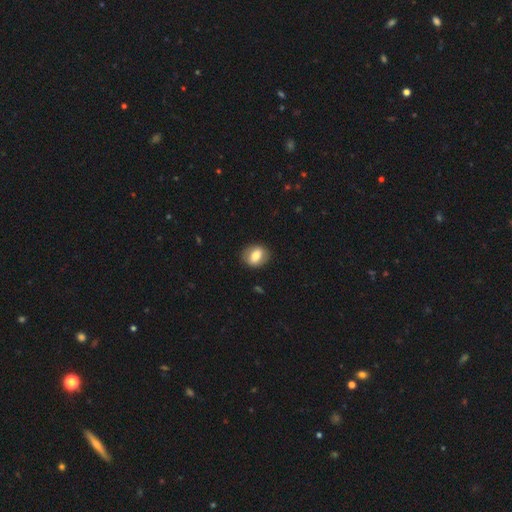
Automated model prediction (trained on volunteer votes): Morphology: type=smooth (70%); roundness=in between (54%); merging=none (85%).